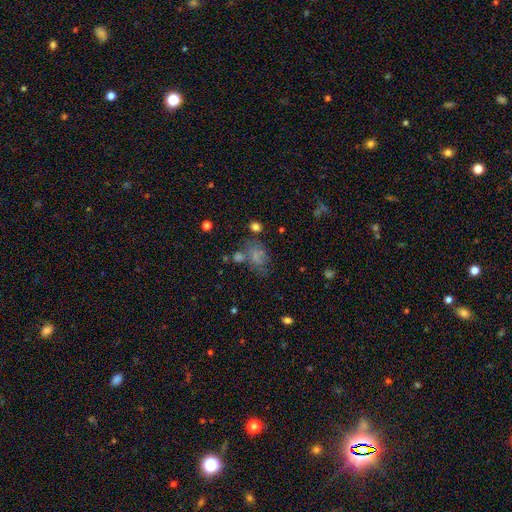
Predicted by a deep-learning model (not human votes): Smooth or featured?
  - smooth: 62% *
  - featured or disk: 19%
  - star or artifact: 19%
How rounded?
  - in between: 75% *
  - round: 23%
  - cigar-shaped: 2%
Merging?
  - none: 42% *
  - minor disturbance: 22%
  - major disturbance: 18%
  - merger: 18%